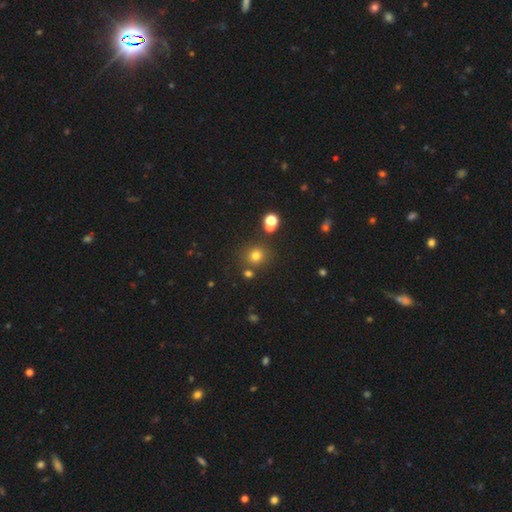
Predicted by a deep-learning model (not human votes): Smooth or featured: smooth — 73% (star or artifact — 19%)
How rounded: round — 90% (in between — 9%)
Merging: none — 79% (merger — 9%)